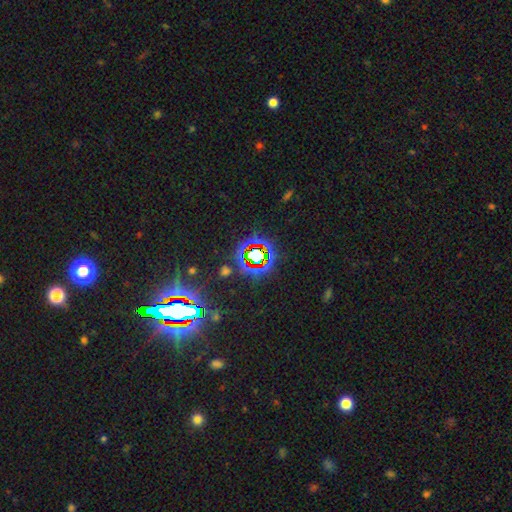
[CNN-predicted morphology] Q: Smooth or featured?
A: star or artifact (76%); runner-up: smooth (15%)